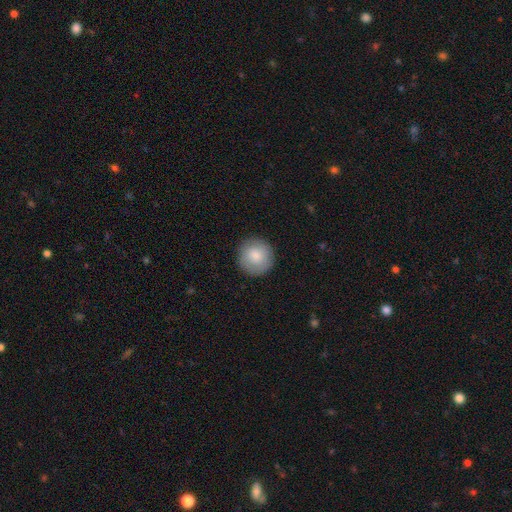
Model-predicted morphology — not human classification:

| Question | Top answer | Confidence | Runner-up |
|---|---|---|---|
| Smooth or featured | smooth | 82% | featured or disk (11%) |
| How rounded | round | 95% | in between (4%) |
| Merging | none | 90% | minor disturbance (7%) |